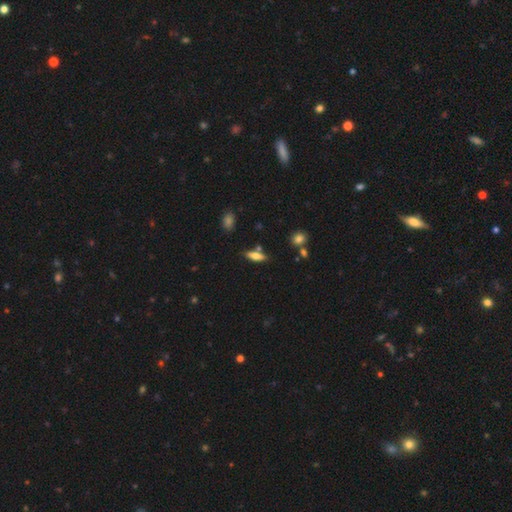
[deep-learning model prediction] Smooth or featured? Predicted: smooth (p=0.65). How rounded? Predicted: in between (p=0.51). Merging? Predicted: none (p=0.73).